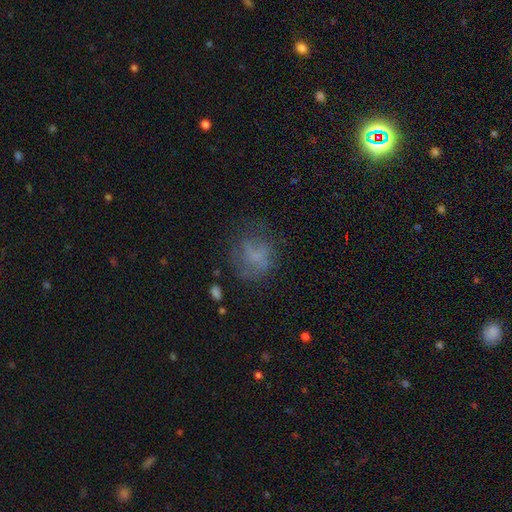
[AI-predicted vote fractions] Morphology: type=smooth (50%); roundness=round (70%); merging=none (57%).